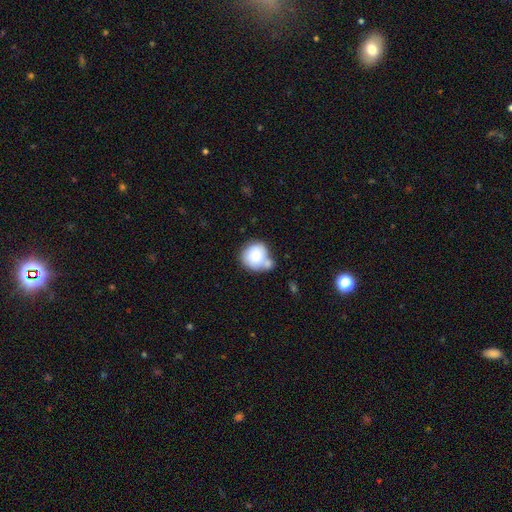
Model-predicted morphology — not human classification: Overall: smooth (74%). How rounded: round (84%). Merging: none (39%; merger 38%).